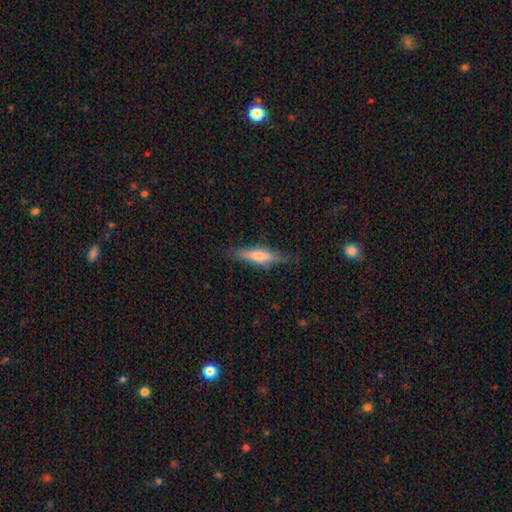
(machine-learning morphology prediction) The model was most divided on "smooth or featured" (2-way tie): smooth: 47%, featured or disk: 47%, star or artifact: 7%. More confident: merging — none (81%).